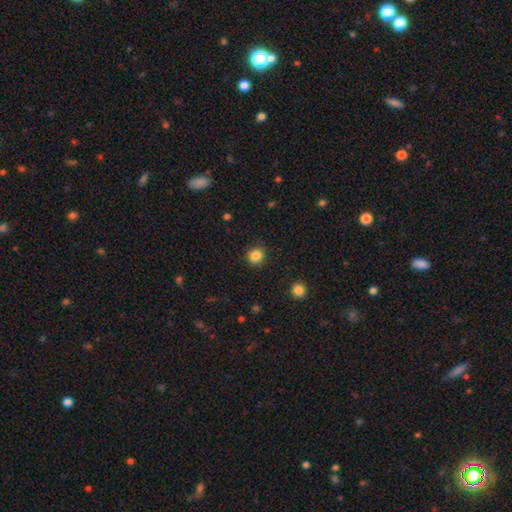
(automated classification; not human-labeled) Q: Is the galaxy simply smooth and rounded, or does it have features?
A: smooth — 85%.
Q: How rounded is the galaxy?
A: round — 86%.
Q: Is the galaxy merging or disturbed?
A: none — 87%.